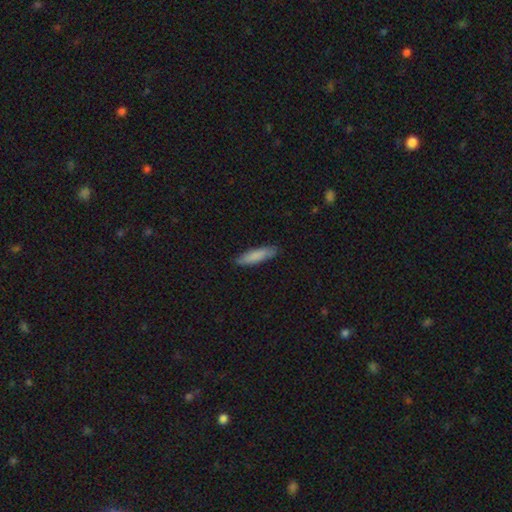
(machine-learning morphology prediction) A smooth galaxy with no disk features (84%) that is cigar-shaped (70%).

Vote fractions:
- Smooth or featured? smooth: 84% / featured or disk: 11% / star or artifact: 5%
- How rounded? cigar-shaped: 70% / in between: 28% / round: 1%
- Merging? none: 87% / minor disturbance: 10% / major disturbance: 2% / merger: 1%